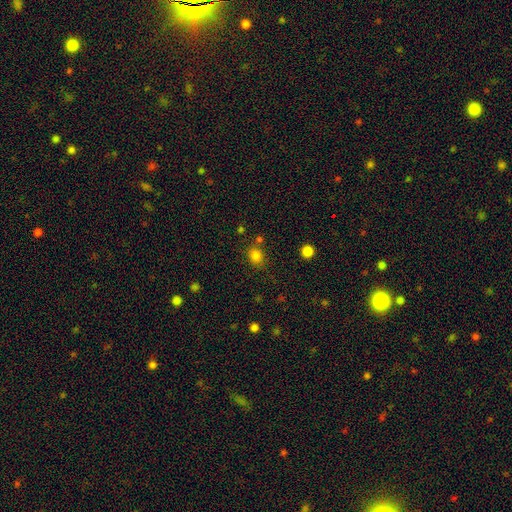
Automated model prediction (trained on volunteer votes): smooth 81%, star or artifact 14%, featured or disk 5%. Down the decision tree: how rounded — round (61%); merging — none (76%).